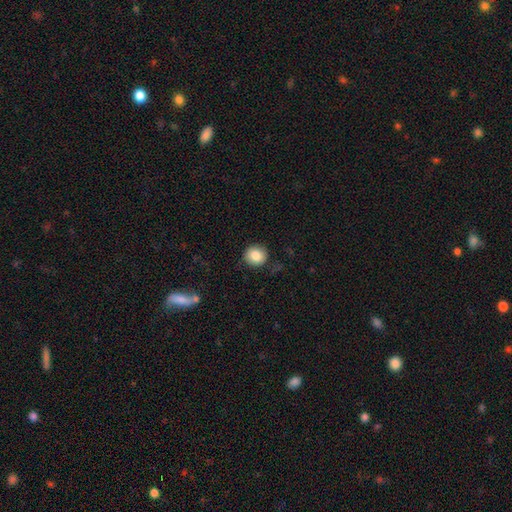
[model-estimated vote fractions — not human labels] A smooth galaxy with no disk features (84%) that is round (87%). Merging: none (84%).